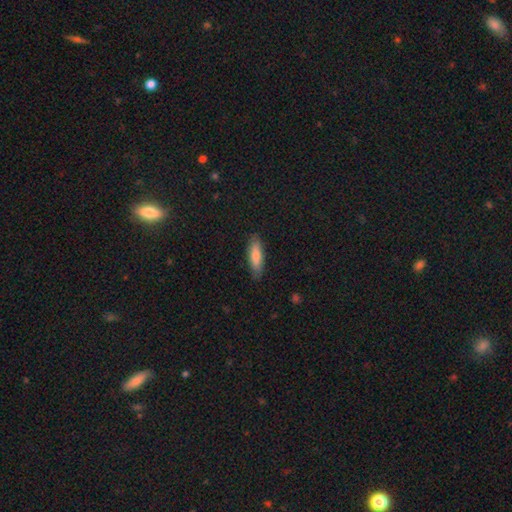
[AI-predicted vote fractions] Q: Smooth or featured?
A: smooth (76%); runner-up: featured or disk (18%)
Q: How rounded?
A: cigar-shaped (61%); runner-up: in between (37%)
Q: Merging?
A: none (86%); runner-up: minor disturbance (11%)